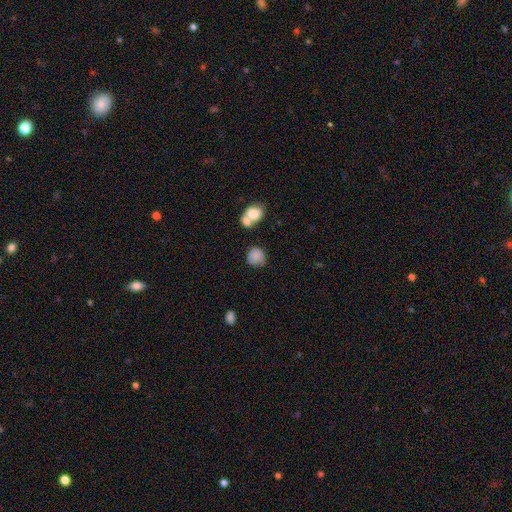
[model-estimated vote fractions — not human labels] Overall: smooth (83%). How rounded: round (84%). Merging: none (62%).